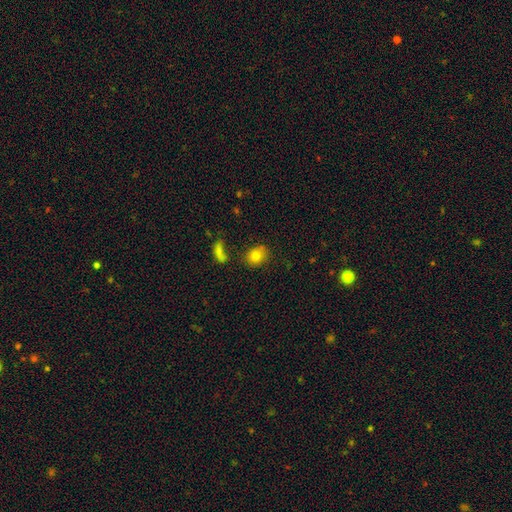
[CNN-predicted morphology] A smooth galaxy with no disk features (80%) that is round (56%). Merging: none (74%).